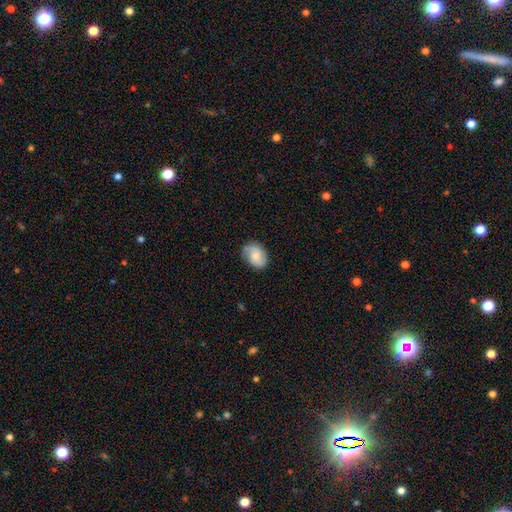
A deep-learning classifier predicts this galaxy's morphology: Smooth or featured? Predicted: smooth (p=0.50). Merging? Predicted: none (p=0.69).